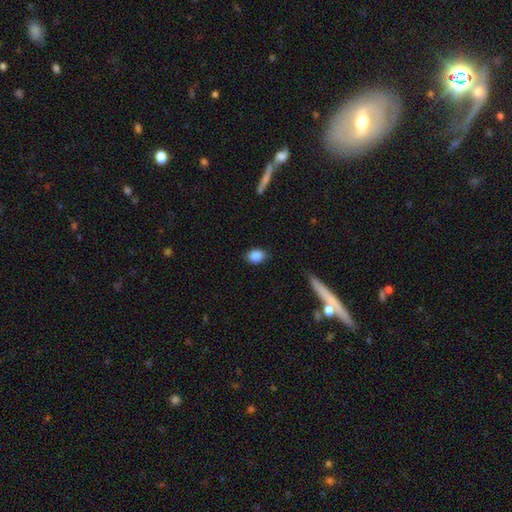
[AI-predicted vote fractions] Morphology: type=smooth (86%); roundness=in between (70%); merging=none (82%).